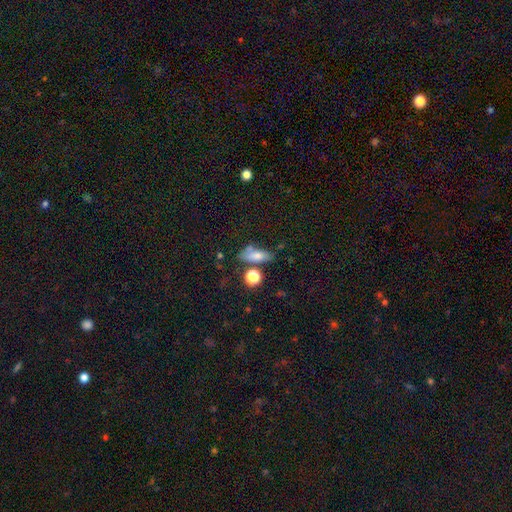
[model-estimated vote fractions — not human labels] Q: Smooth or featured?
A: smooth (72%); runner-up: featured or disk (16%)
Q: How rounded?
A: in between (65%); runner-up: cigar-shaped (25%)
Q: Merging?
A: none (58%); runner-up: minor disturbance (20%)